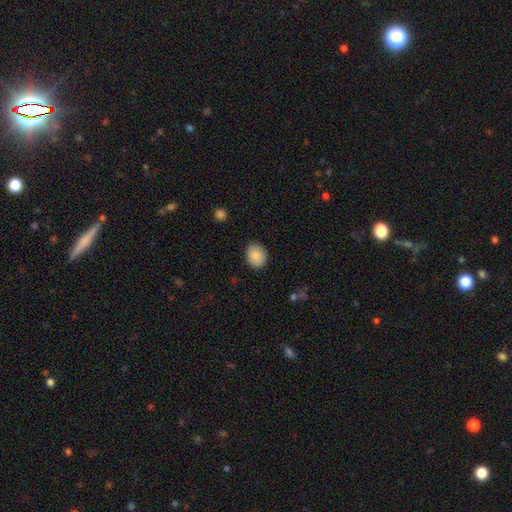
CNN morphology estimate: Smooth or featured? Predicted: smooth (p=0.88). How rounded? Predicted: round (p=0.50). Merging? Predicted: none (p=0.87).